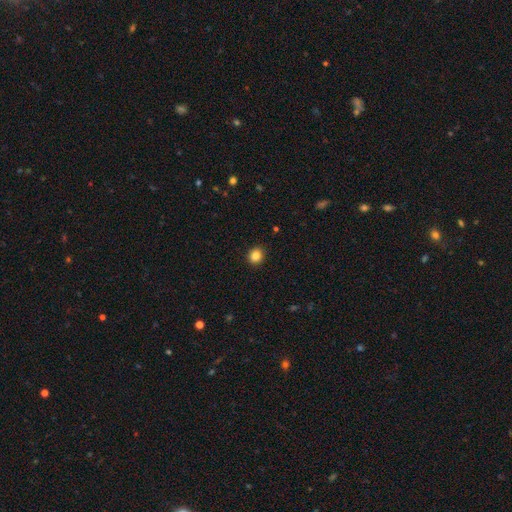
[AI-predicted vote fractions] The model was most divided on "how rounded": round: 82%, in between: 17%, cigar-shaped: 1%. More confident: merging — none (92%); smooth or featured — smooth (85%).